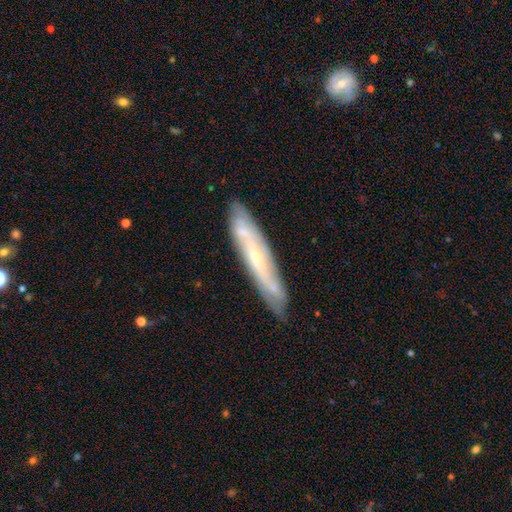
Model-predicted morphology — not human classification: Q: Smooth or featured?
A: featured or disk (66%); runner-up: smooth (27%)
Q: Edge-on disk?
A: yes (55%); runner-up: no (45%)
Q: Merging?
A: none (80%); runner-up: minor disturbance (15%)